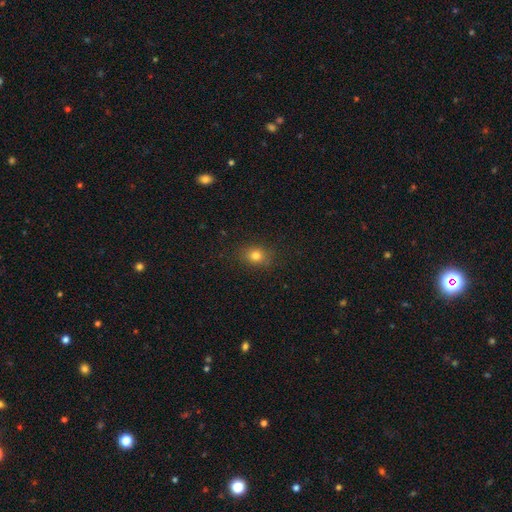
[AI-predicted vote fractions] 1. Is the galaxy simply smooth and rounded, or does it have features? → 79% smooth, 14% star or artifact, 7% featured or disk.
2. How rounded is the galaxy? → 55% round, 44% in between, 1% cigar-shaped.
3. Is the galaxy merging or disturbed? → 86% none, 10% minor disturbance, 3% major disturbance, 1% merger.